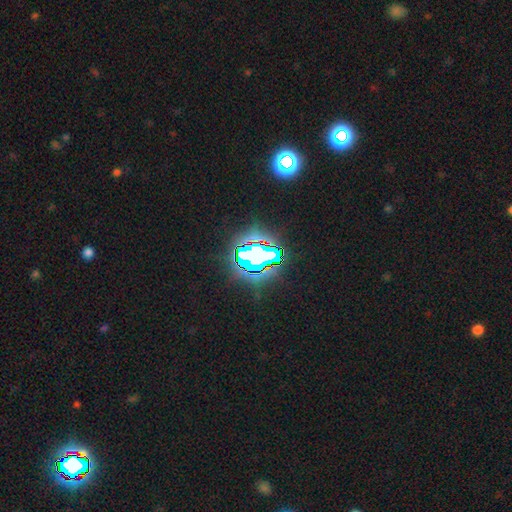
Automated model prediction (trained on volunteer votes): Overall: star or artifact (68%).